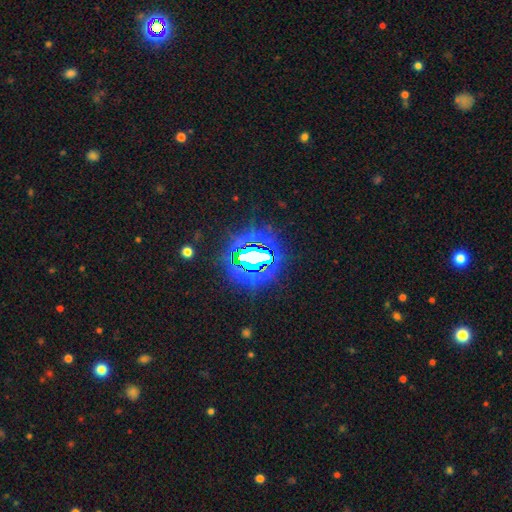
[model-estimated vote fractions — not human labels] Smooth or featured?
  - star or artifact: 77% *
  - smooth: 11%
  - featured or disk: 11%